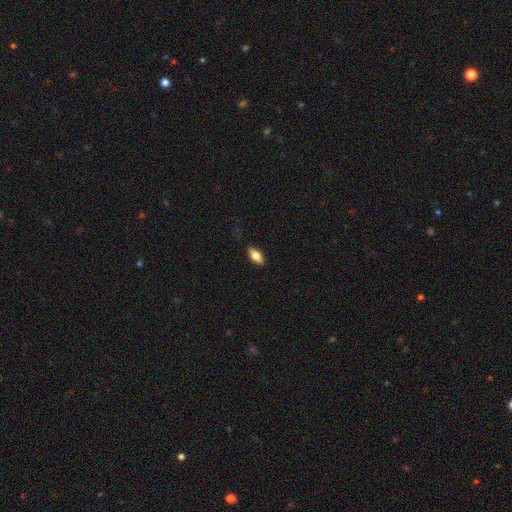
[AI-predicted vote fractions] The model was most divided on "smooth or featured": smooth: 68%, featured or disk: 25%, star or artifact: 7%. More confident: merging — none (86%); how rounded — in between (83%).